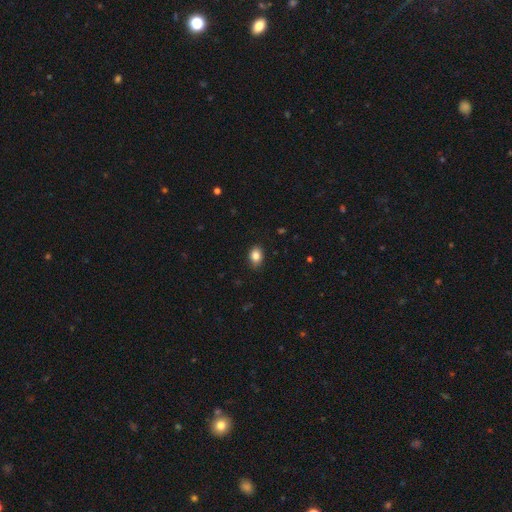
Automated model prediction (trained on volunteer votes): Smooth or featured? Predicted: smooth (p=0.86). How rounded? Predicted: in between (p=0.73). Merging? Predicted: none (p=0.84).